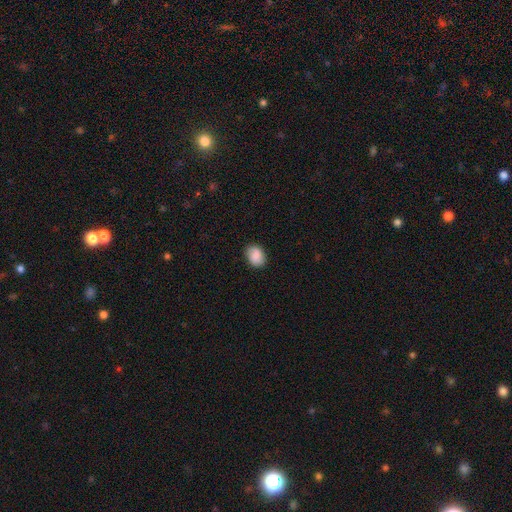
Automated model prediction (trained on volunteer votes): Smooth or featured: smooth — 85% (star or artifact — 7%)
How rounded: in between — 66% (round — 33%)
Merging: none — 86% (minor disturbance — 11%)